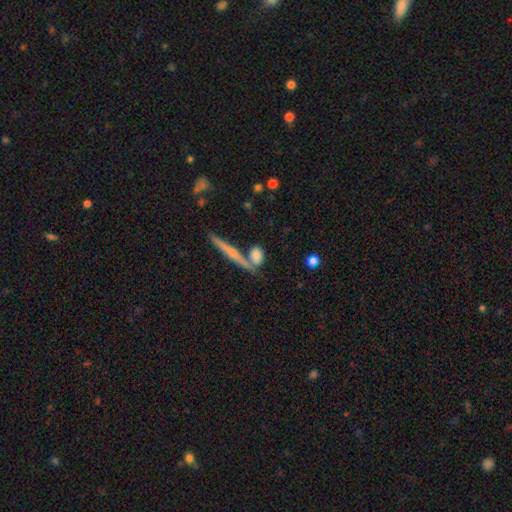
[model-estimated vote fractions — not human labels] A smooth galaxy with no disk features (73%) that is in between round and cigar-shaped (53%). Merging: none (56%).